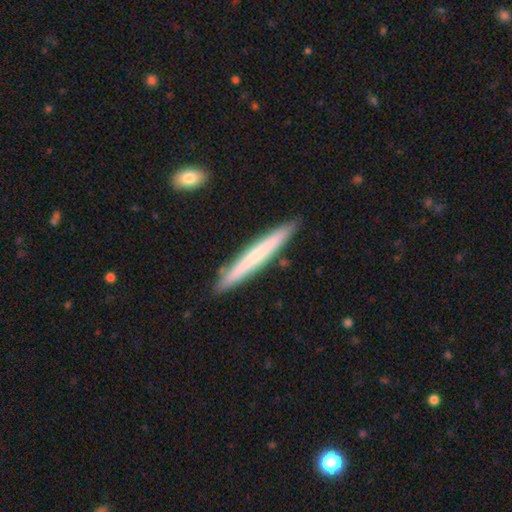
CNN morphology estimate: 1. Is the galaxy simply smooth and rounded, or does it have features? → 52% smooth, 42% featured or disk, 6% star or artifact.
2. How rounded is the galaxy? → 96% cigar-shaped, 2% in between, 1% round.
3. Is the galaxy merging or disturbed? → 90% none, 7% minor disturbance, 2% merger, 1% major disturbance.